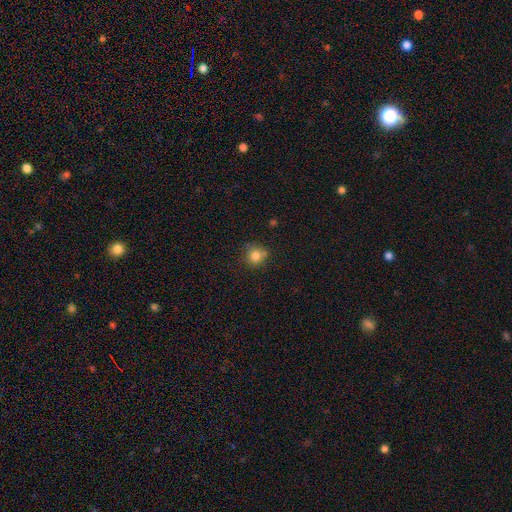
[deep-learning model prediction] Smooth or featured?
  - smooth: 81% *
  - star or artifact: 12%
  - featured or disk: 7%
How rounded?
  - round: 89% *
  - in between: 10%
  - cigar-shaped: 1%
Merging?
  - none: 72% *
  - minor disturbance: 16%
  - merger: 8%
  - major disturbance: 4%